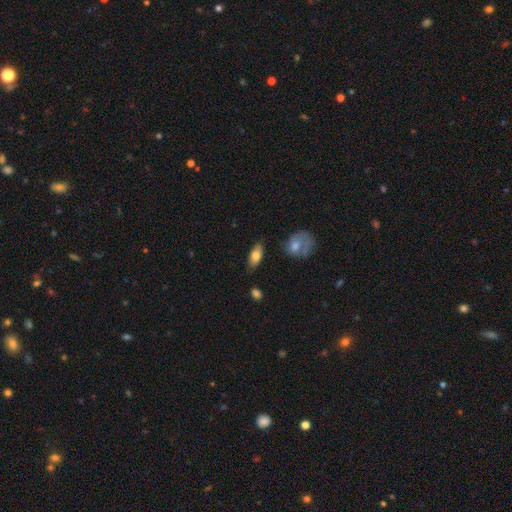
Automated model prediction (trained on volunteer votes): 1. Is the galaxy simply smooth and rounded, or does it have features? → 76% smooth, 17% featured or disk, 7% star or artifact.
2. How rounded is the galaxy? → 88% in between, 8% cigar-shaped, 4% round.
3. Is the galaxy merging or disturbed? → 79% none, 14% minor disturbance, 3% major disturbance, 3% merger.